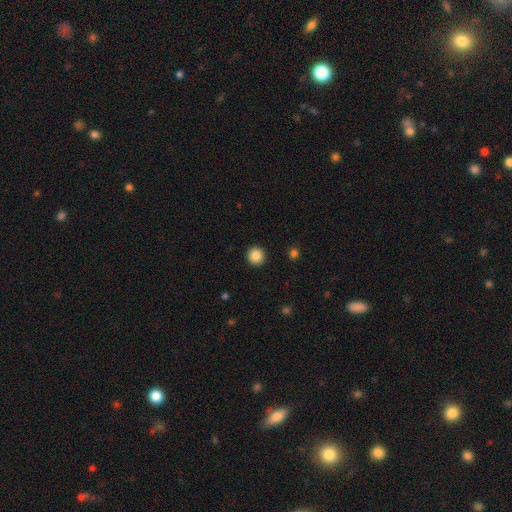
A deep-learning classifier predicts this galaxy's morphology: Overall: smooth (87%). How rounded: round (95%). Merging: none (93%).